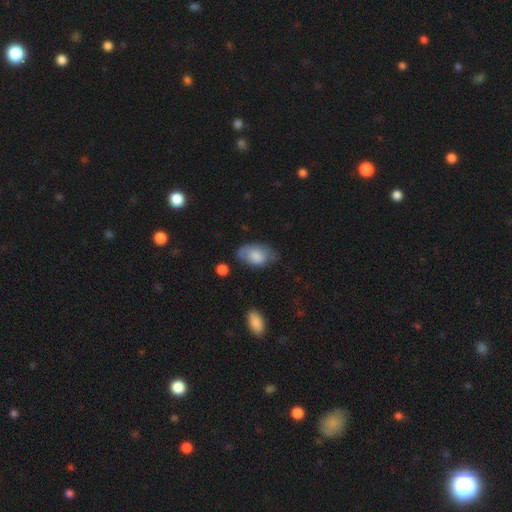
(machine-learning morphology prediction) A smooth galaxy with no disk features (71%) that is in between round and cigar-shaped (92%). Merging: none (49%).